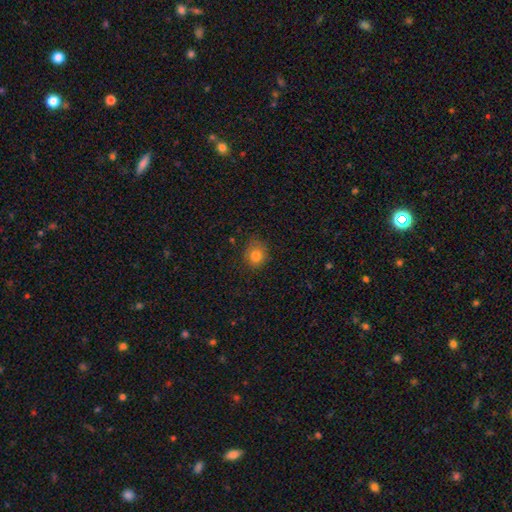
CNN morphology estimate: A smooth galaxy with no disk features (80%) that is round (76%).

Vote fractions:
- Smooth or featured? smooth: 80% / star or artifact: 12% / featured or disk: 8%
- How rounded? round: 76% / in between: 23% / cigar-shaped: 1%
- Merging? none: 78% / minor disturbance: 17% / major disturbance: 4% / merger: 1%